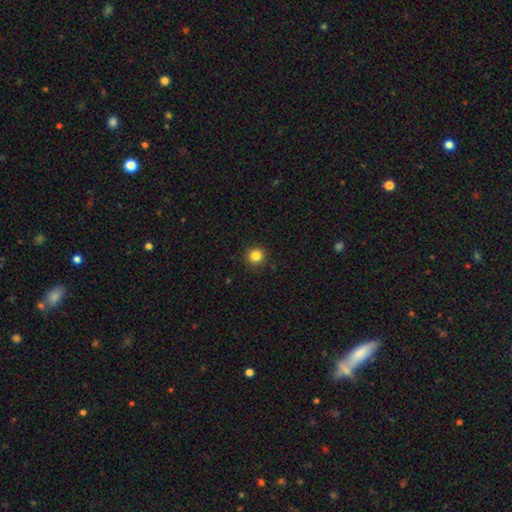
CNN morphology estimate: Smooth or featured? Predicted: smooth (p=0.84). How rounded? Predicted: round (p=0.95). Merging? Predicted: none (p=0.92).